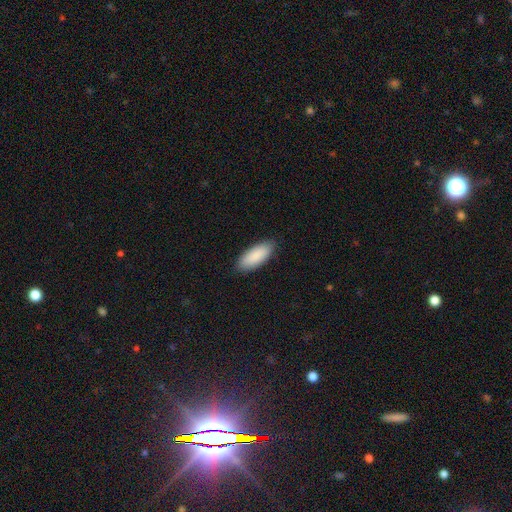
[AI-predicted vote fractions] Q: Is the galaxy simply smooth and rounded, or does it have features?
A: smooth — 89%.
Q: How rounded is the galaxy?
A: in between — 81%.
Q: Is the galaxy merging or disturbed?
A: none — 87%.